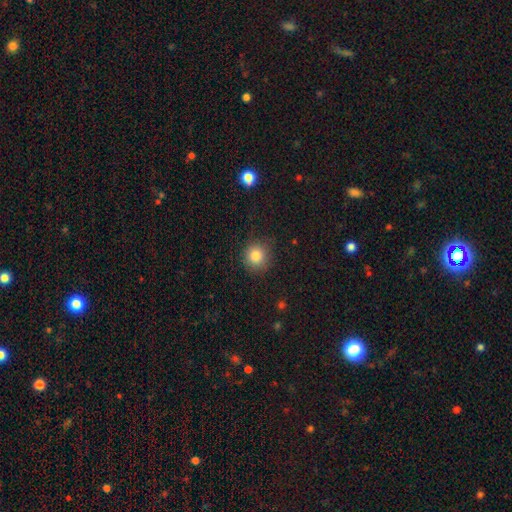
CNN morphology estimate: The model was most divided on "smooth or featured": smooth: 83%, star or artifact: 11%, featured or disk: 6%. More confident: how rounded — round (91%); merging — none (87%).